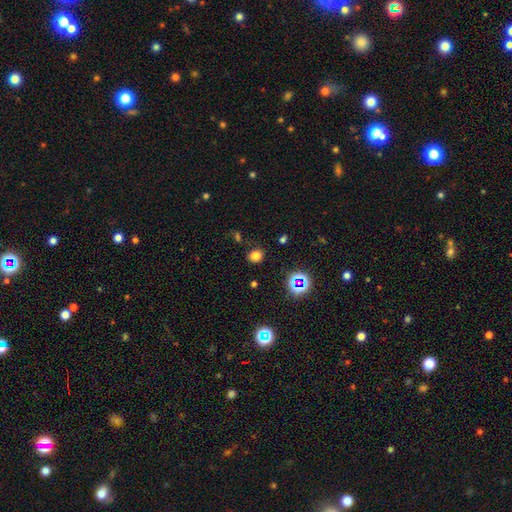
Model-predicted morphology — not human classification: Smooth or featured? smooth (72%)
How rounded? round (69%)
Merging? none (83%)